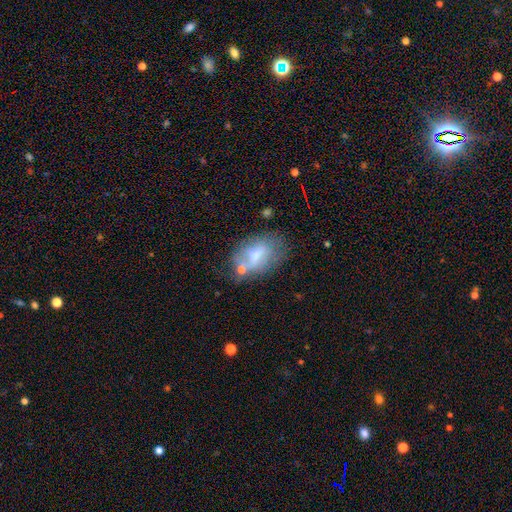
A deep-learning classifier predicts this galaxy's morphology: Q: Smooth or featured?
A: smooth (57%); runner-up: featured or disk (34%)
Q: How rounded?
A: in between (90%); runner-up: round (8%)
Q: Merging?
A: none (47%); runner-up: minor disturbance (26%)